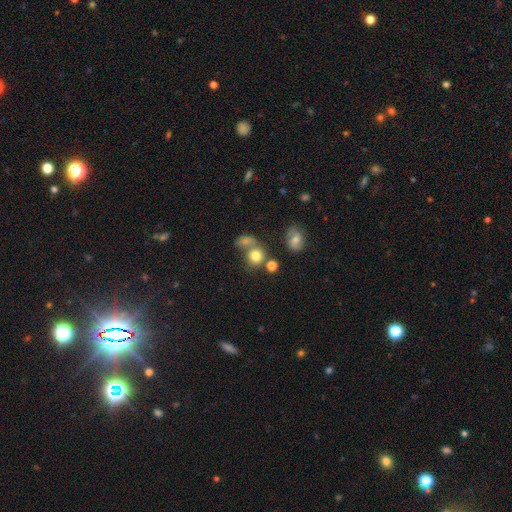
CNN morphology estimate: Q: Smooth or featured?
A: smooth (77%); runner-up: star or artifact (12%)
Q: How rounded?
A: round (79%); runner-up: in between (20%)
Q: Merging?
A: none (47%); runner-up: merger (34%)